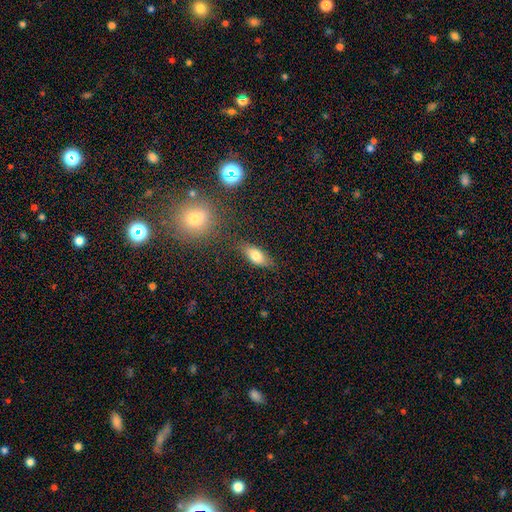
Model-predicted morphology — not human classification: This appears to be a smooth galaxy with no disk features (76%) that is in between round and cigar-shaped (79%). Merging: none (75%).